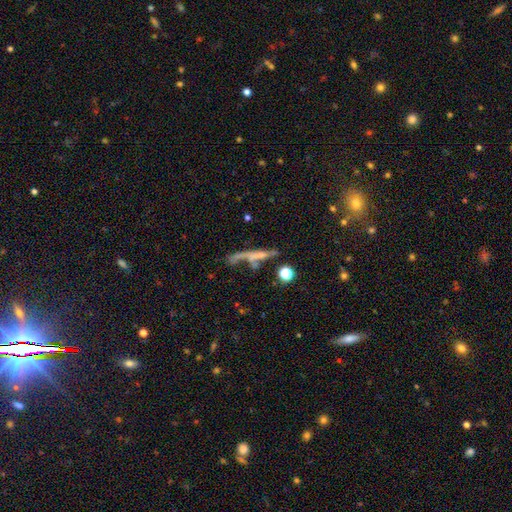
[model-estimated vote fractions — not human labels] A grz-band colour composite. It shows a featured or disk galaxy (47%). Merging: none (42%).